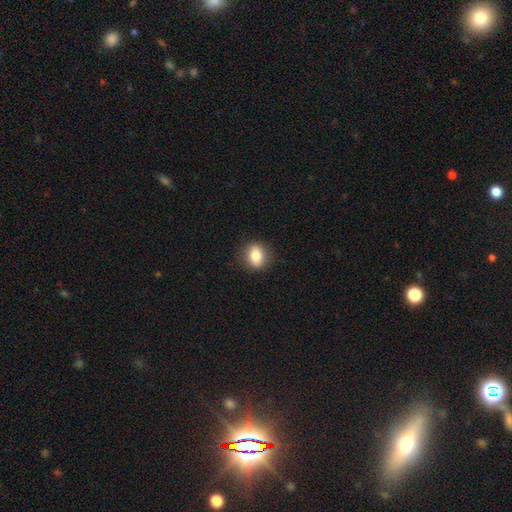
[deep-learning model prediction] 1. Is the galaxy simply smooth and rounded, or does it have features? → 82% smooth, 9% featured or disk, 9% star or artifact.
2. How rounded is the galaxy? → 54% in between, 44% round, 2% cigar-shaped.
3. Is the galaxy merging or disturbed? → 87% none, 9% minor disturbance, 2% major disturbance, 1% merger.